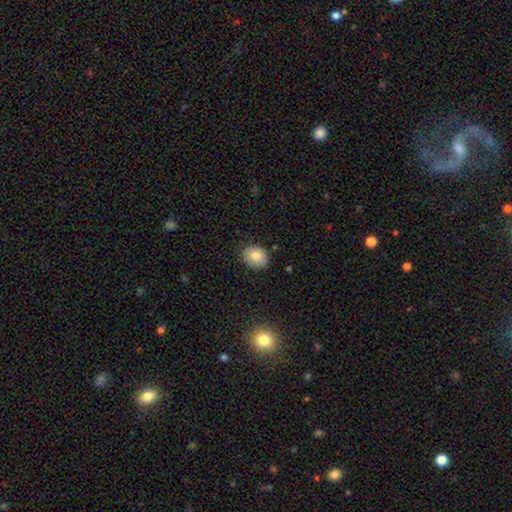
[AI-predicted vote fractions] Morphology: type=smooth (83%); roundness=in between (54%); merging=none (84%).